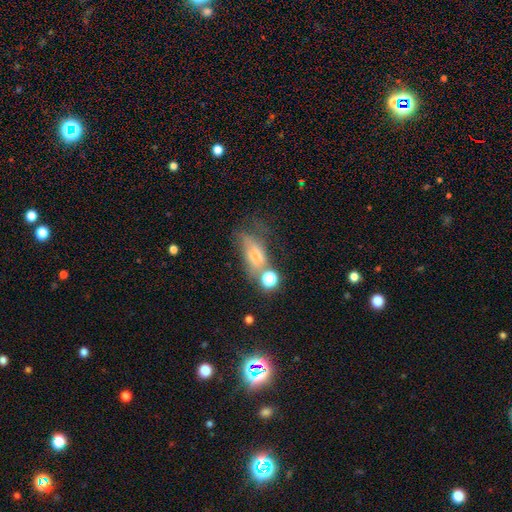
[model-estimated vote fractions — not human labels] This is possibly a smooth galaxy (48%). Merging: marginally major disturbance (32%).